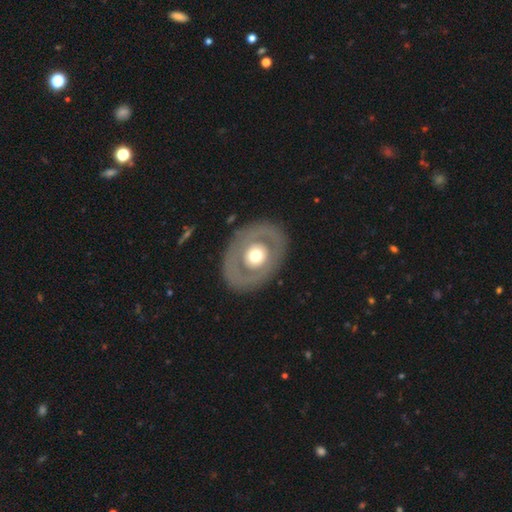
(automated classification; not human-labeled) Q: Smooth or featured?
A: featured or disk (58%); runner-up: smooth (38%)
Q: Edge-on disk?
A: no (93%); runner-up: yes (7%)
Q: Bar?
A: no (89%); runner-up: weak (8%)
Q: Spiral arms?
A: no (88%); runner-up: yes (12%)
Q: Bulge size?
A: moderate (60%); runner-up: large (32%)
Q: Merging?
A: none (84%); runner-up: minor disturbance (9%)